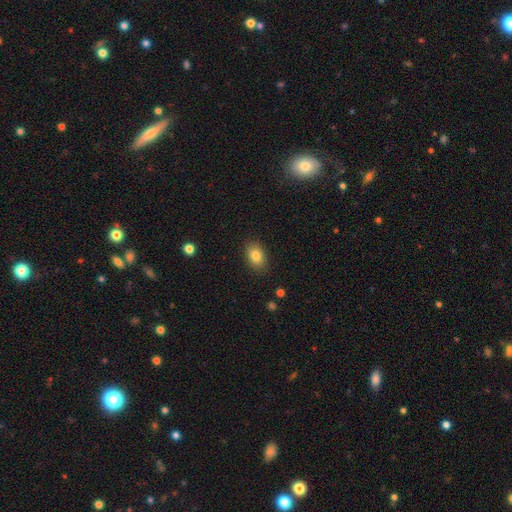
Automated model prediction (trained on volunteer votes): This appears to be a smooth galaxy with no disk features (83%) that is in between round and cigar-shaped (81%). Merging: none (87%).